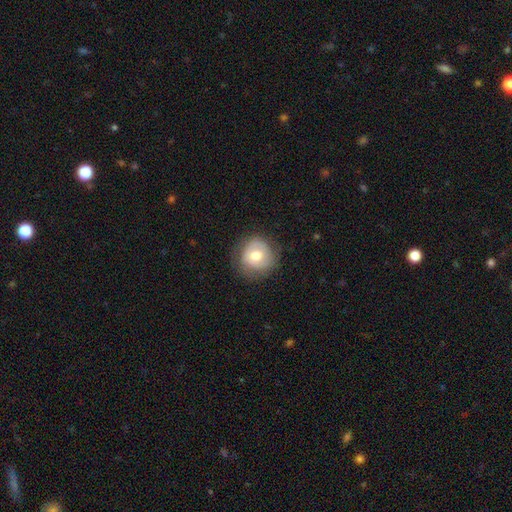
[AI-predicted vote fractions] A smooth galaxy with no disk features (62%) that is round (89%). Merging: none (73%).